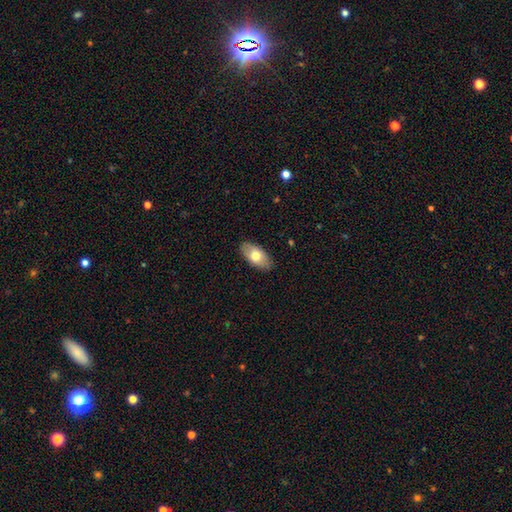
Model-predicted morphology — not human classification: type=smooth (69%); roundness=in between (93%); merging=none (87%).